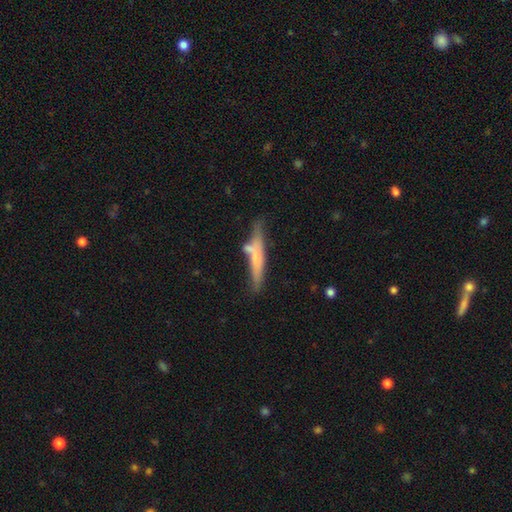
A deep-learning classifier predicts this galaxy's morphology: type=smooth (51%); roundness=cigar-shaped (89%); merging=none (57%).